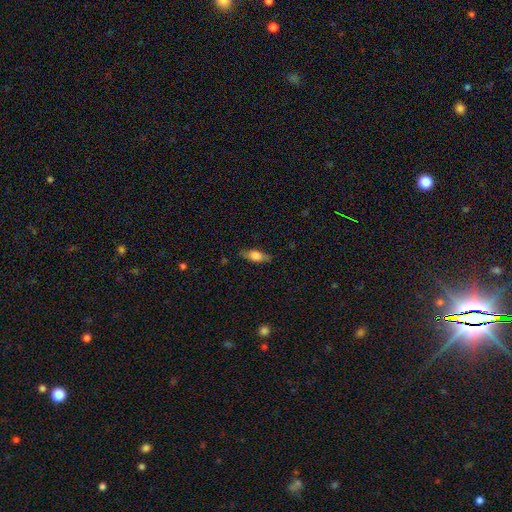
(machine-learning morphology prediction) This appears to be a smooth galaxy with no disk features (62%) that is in between round and cigar-shaped (68%). Merging: none (78%).